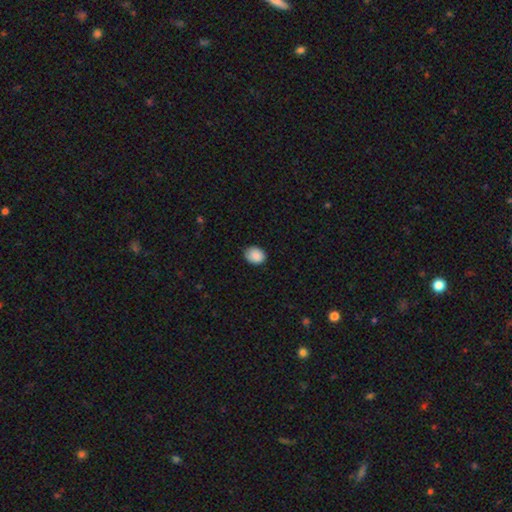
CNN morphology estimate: A smooth galaxy with no disk features (89%) that is round (52%).

Vote fractions:
- Smooth or featured? smooth: 89% / star or artifact: 7% / featured or disk: 4%
- How rounded? round: 52% / in between: 47% / cigar-shaped: 1%
- Merging? none: 80% / minor disturbance: 17% / major disturbance: 2% / merger: 1%